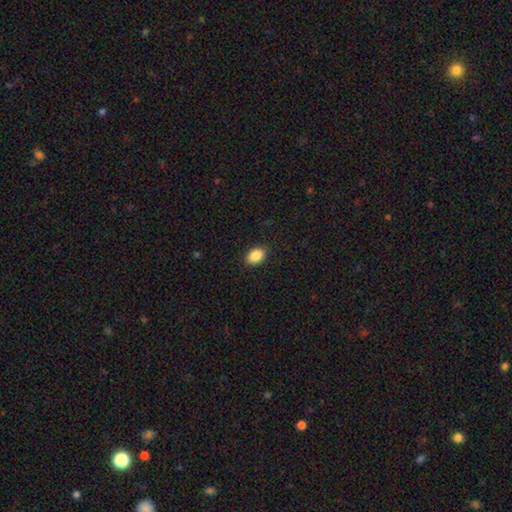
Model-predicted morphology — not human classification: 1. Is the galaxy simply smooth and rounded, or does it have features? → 88% smooth, 8% star or artifact, 4% featured or disk.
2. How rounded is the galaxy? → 85% in between, 14% round, 1% cigar-shaped.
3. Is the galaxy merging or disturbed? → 89% none, 8% minor disturbance, 2% major disturbance, 1% merger.